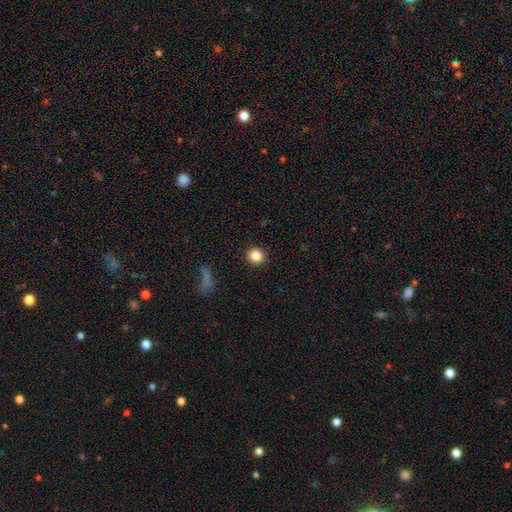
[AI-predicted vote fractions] Smooth or featured: smooth — 85% (star or artifact — 10%)
How rounded: round — 88% (in between — 11%)
Merging: none — 92% (minor disturbance — 5%)